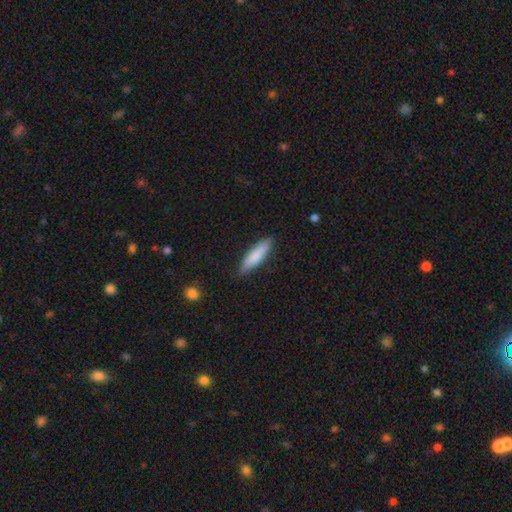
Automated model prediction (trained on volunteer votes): Morphology: type=smooth (80%); roundness=cigar-shaped (70%); merging=none (85%).